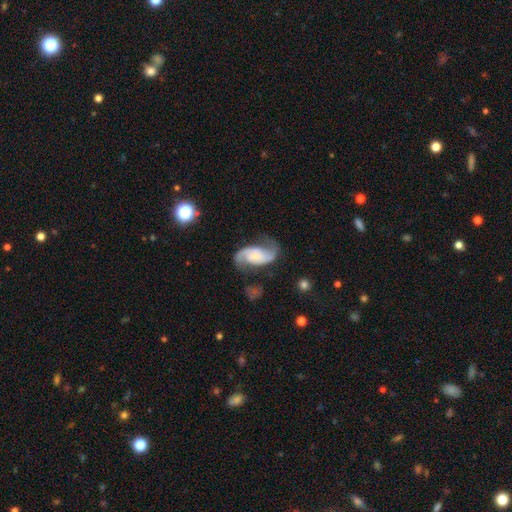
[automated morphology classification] Q: Smooth or featured?
A: featured or disk (84%); runner-up: smooth (11%)
Q: Edge-on disk?
A: no (97%); runner-up: yes (3%)
Q: Bar?
A: no (58%); runner-up: weak (30%)
Q: Spiral arms?
A: yes (96%); runner-up: no (4%)
Q: Spiral winding?
A: loose (44%); runner-up: medium (41%)
Q: Spiral arm count?
A: 2 (91%); runner-up: can't tell (3%)
Q: Bulge size?
A: small (61%); runner-up: moderate (26%)
Q: Merging?
A: none (61%); runner-up: minor disturbance (20%)